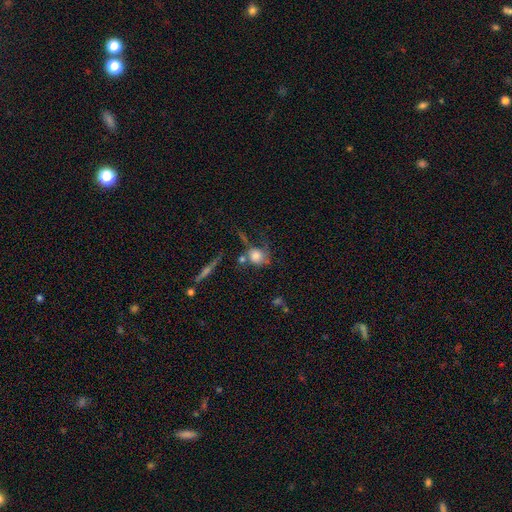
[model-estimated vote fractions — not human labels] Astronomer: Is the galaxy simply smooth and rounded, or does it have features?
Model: smooth — 64%.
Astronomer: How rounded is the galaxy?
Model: round — 71%.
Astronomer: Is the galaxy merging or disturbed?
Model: none — 34% (runner-up: major disturbance, 28%).